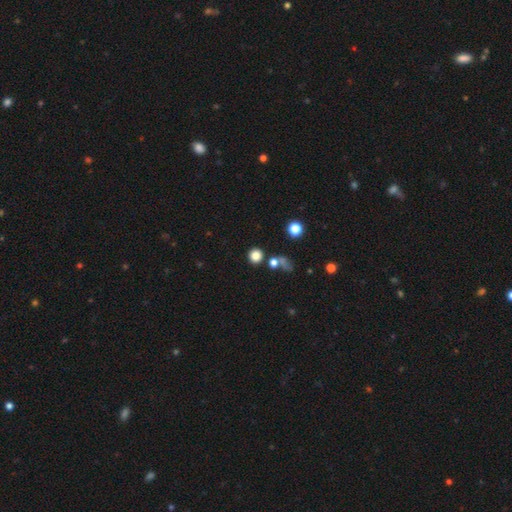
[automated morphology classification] A smooth galaxy with no disk features (80%) that is round (91%).

Vote fractions:
- Smooth or featured? smooth: 80% / star or artifact: 14% / featured or disk: 5%
- How rounded? round: 91% / in between: 8% / cigar-shaped: 1%
- Merging? none: 79% / merger: 10% / minor disturbance: 7% / major disturbance: 3%